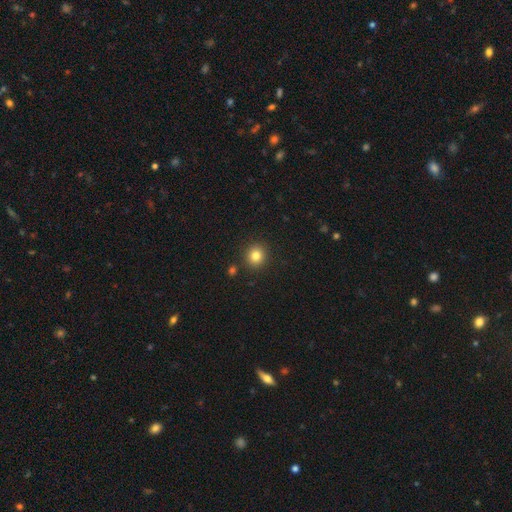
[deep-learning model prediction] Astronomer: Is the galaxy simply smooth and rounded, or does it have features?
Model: smooth — 81%.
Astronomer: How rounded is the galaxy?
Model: round — 89%.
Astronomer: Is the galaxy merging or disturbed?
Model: none — 89%.